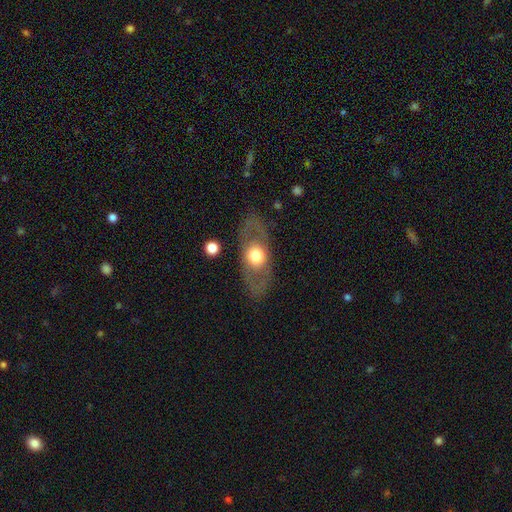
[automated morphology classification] Overall: featured or disk (49%; smooth 45%). Merging: none (81%).